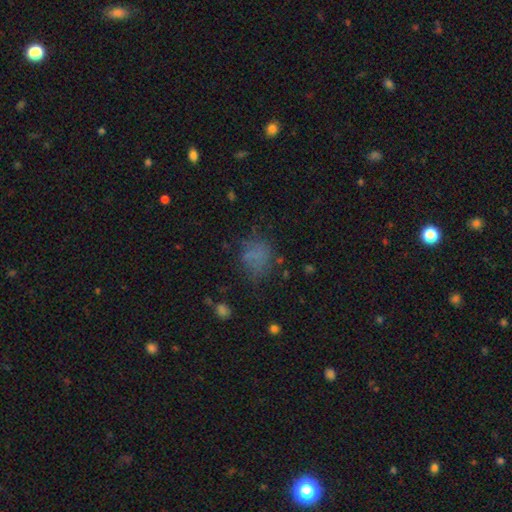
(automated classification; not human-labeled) smooth_or_featured: smooth (p=0.62) [alt: star or artifact p=0.21]
how_rounded: round (p=0.56) [alt: in between p=0.43]
merging: none (p=0.56) [alt: minor disturbance p=0.23]